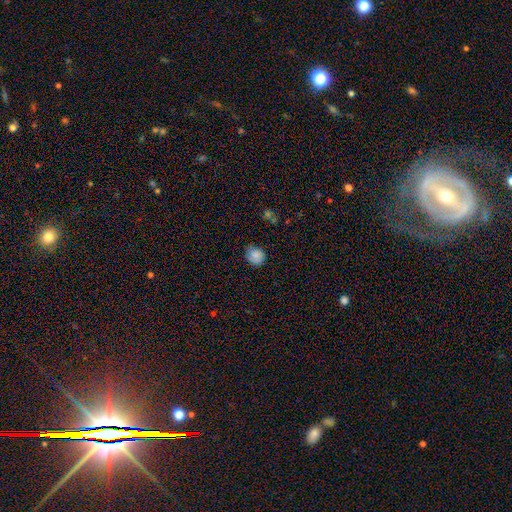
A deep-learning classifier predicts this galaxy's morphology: type=smooth (80%); roundness=round (69%); merging=none (72%).